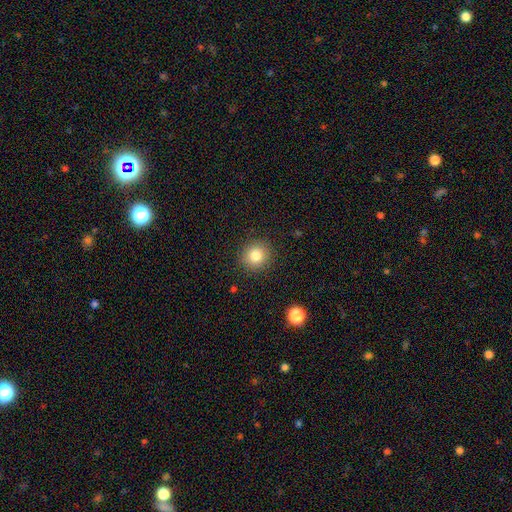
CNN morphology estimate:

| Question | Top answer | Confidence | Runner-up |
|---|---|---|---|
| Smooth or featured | smooth | 82% | star or artifact (11%) |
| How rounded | round | 92% | in between (7%) |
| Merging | none | 90% | minor disturbance (7%) |